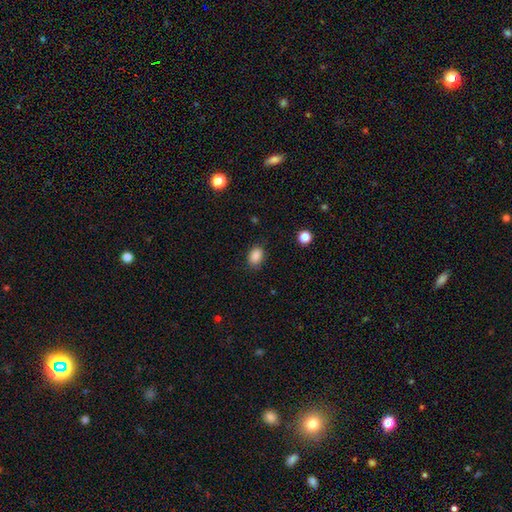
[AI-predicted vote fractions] smooth_or_featured: smooth (p=0.87) [alt: star or artifact p=0.09]
how_rounded: in between (p=0.75) [alt: round p=0.24]
merging: none (p=0.82) [alt: minor disturbance p=0.13]